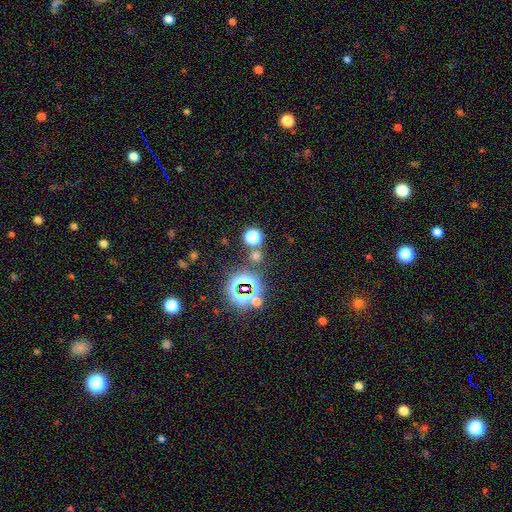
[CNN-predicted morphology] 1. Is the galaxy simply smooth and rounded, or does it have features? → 48% star or artifact, 45% smooth, 7% featured or disk.